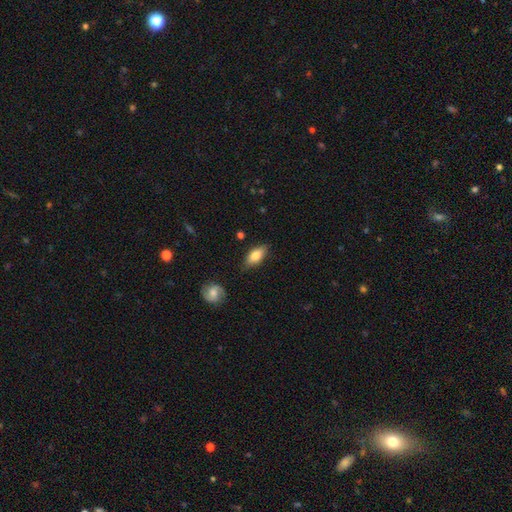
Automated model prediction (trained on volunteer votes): Overall: smooth (74%). How rounded: in between (84%). Merging: none (82%).